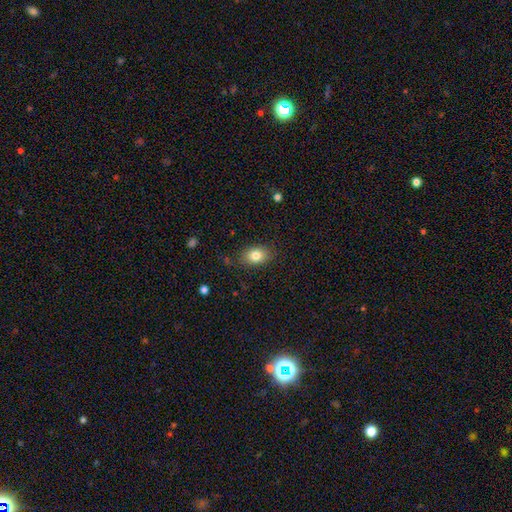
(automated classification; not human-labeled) A smooth galaxy with no disk features (81%) that is in between round and cigar-shaped (78%). Merging: none (84%).